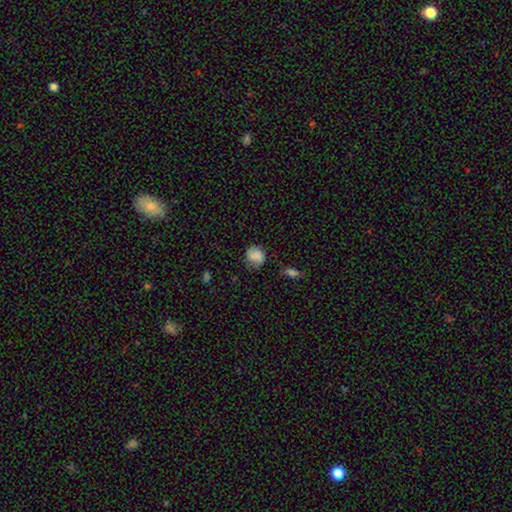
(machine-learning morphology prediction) smooth-or-featured: smooth: 73% | featured or disk: 18% | star or artifact: 9%
  how-rounded: round: 73% | in between: 25% | cigar-shaped: 1%
  merging: none: 69% | minor disturbance: 22% | major disturbance: 7% | merger: 2%